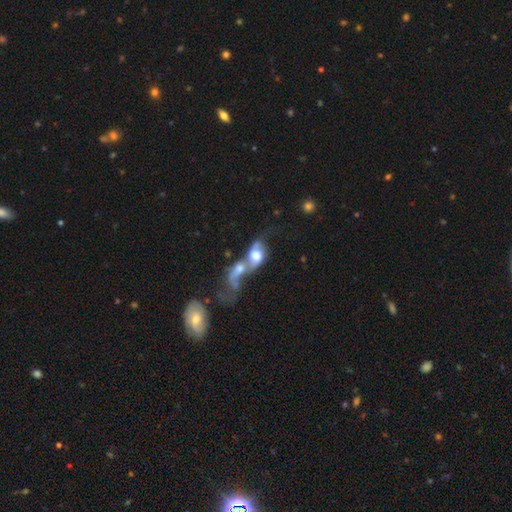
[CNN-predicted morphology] A smooth galaxy with no disk features (46%).

Vote fractions:
- Smooth or featured? smooth: 46% / featured or disk: 44% / star or artifact: 10%
- Merging? merger: 80% / major disturbance: 10% / none: 6% / minor disturbance: 4%